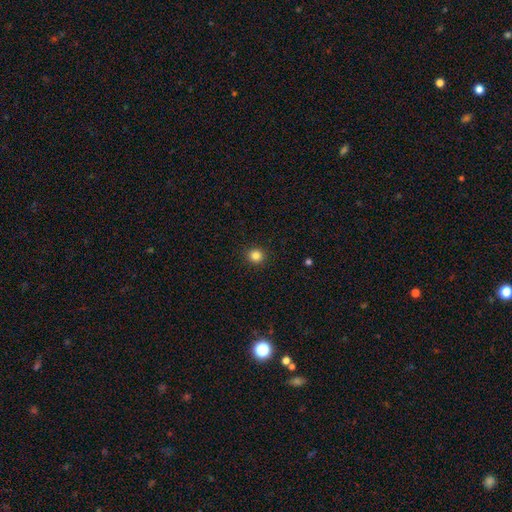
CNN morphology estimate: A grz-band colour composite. It shows a smooth galaxy with no disk features (84%) that is round (92%). Merging: none (93%).